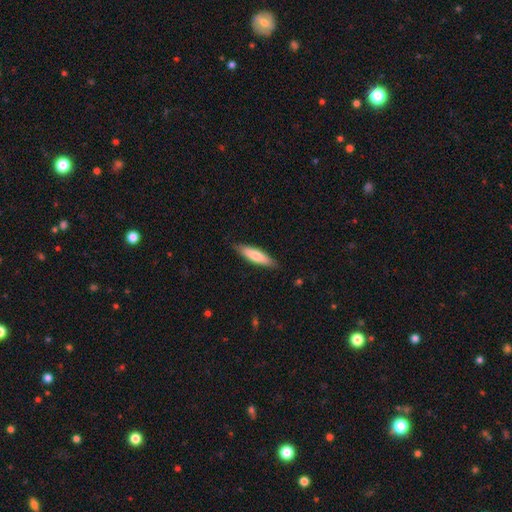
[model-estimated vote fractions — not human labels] Overall: smooth (71%). How rounded: cigar-shaped (70%). Merging: none (84%).